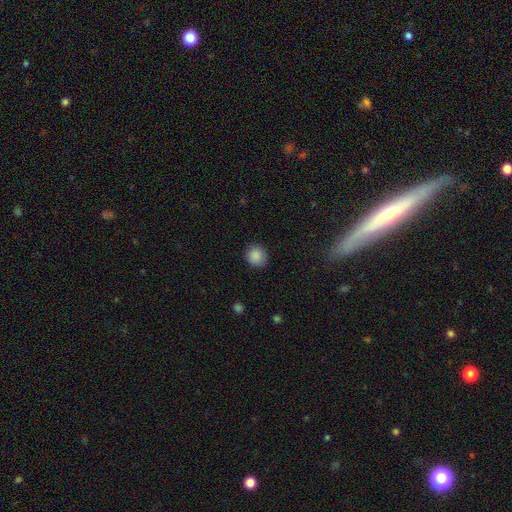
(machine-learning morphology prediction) The model was most divided on "how rounded": round: 87%, in between: 12%, cigar-shaped: 1%. More confident: merging — none (88%); smooth or featured — smooth (88%).